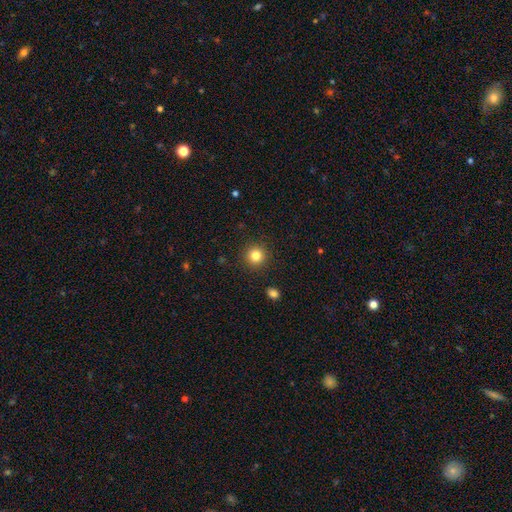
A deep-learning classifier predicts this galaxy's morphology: smooth_or_featured: smooth (p=0.82) [alt: star or artifact p=0.12]
how_rounded: round (p=0.94) [alt: in between p=0.05]
merging: none (p=0.91) [alt: minor disturbance p=0.05]